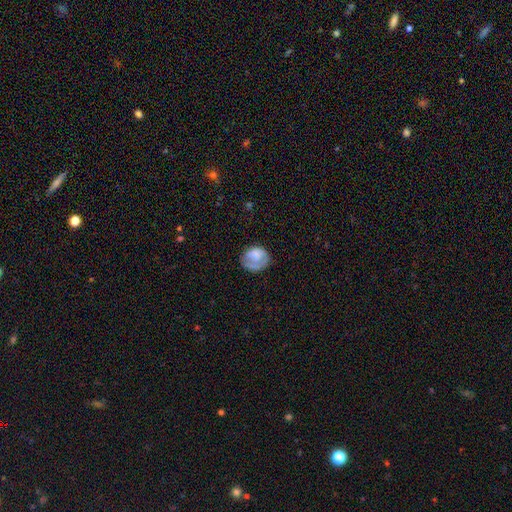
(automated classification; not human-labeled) Smooth or featured? smooth (62%)
How rounded? round (62%)
Merging? none (51%)